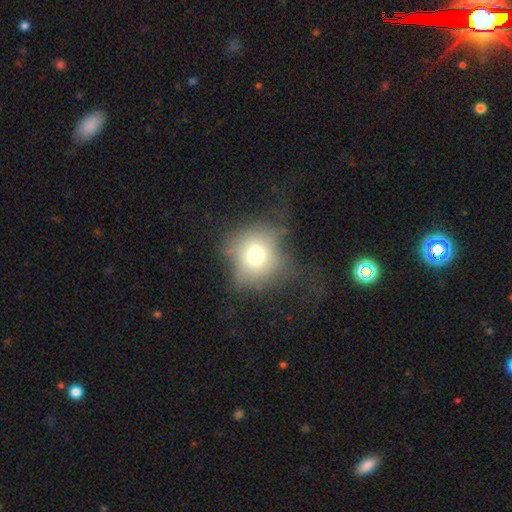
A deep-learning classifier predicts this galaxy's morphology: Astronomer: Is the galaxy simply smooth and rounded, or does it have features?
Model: smooth — 67%.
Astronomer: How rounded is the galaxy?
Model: round — 76%.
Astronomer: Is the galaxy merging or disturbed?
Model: none — 48% (runner-up: minor disturbance, 25%).